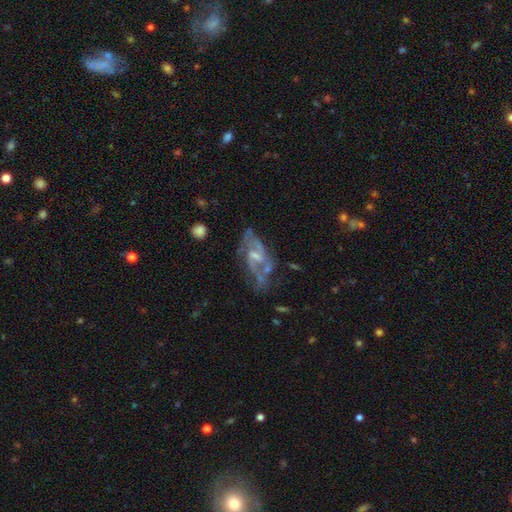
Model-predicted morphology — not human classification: This is likely a featured or disk galaxy (77%). It is clearly not viewed edge-on (93%). Bar: possibly weak (48%). Spiral arm pattern: likely yes (79%). Spiral arm count: possibly 2 (59%). Spiral winding: possibly medium (46%). Central bulge: marginally small (42%). Merging: possibly none (51%).